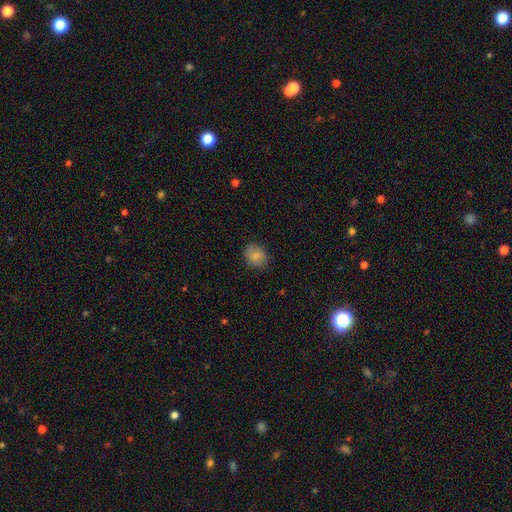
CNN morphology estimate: A smooth galaxy with no disk features (83%) that is round (54%). Merging: none (83%).